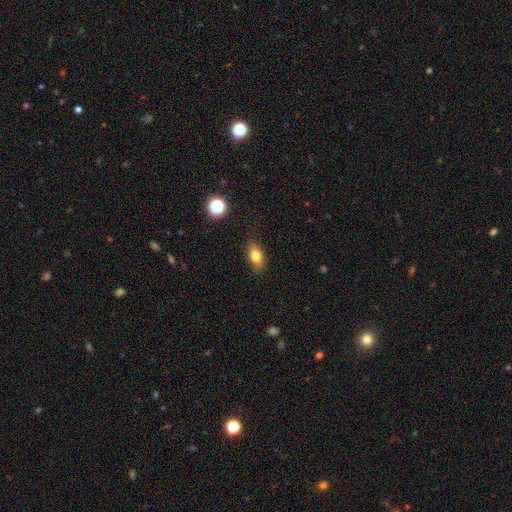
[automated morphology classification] Smooth or featured? Predicted: smooth (p=0.76). How rounded? Predicted: in between (p=0.79). Merging? Predicted: none (p=0.84).